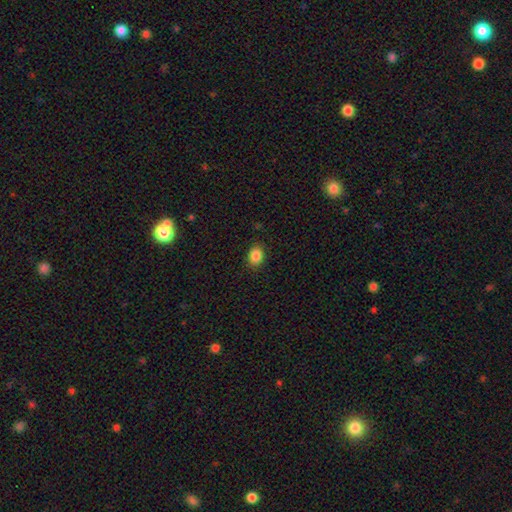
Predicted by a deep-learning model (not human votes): A smooth galaxy with no disk features (87%) that is in between round and cigar-shaped (58%).

Vote fractions:
- Smooth or featured? smooth: 87% / star or artifact: 9% / featured or disk: 4%
- How rounded? in between: 58% / round: 41% / cigar-shaped: 1%
- Merging? none: 88% / minor disturbance: 9% / major disturbance: 2% / merger: 1%